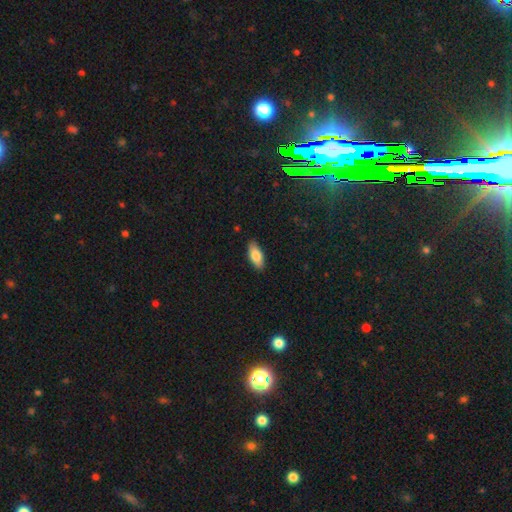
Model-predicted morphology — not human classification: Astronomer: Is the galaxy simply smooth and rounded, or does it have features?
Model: smooth — 79%.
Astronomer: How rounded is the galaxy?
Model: in between — 80%.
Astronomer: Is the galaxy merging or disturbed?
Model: none — 88%.